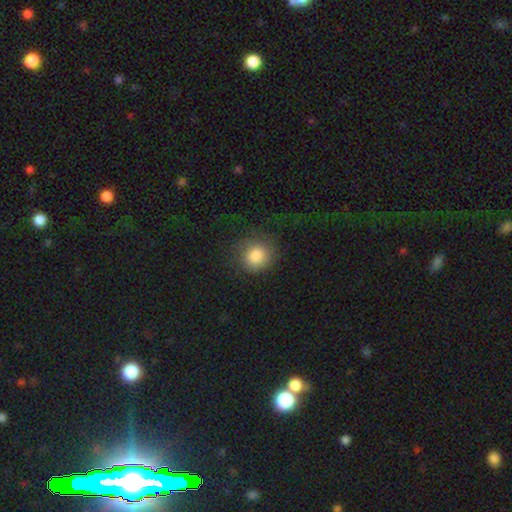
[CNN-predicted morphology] Overall: smooth (86%). How rounded: round (82%). Merging: none (80%).